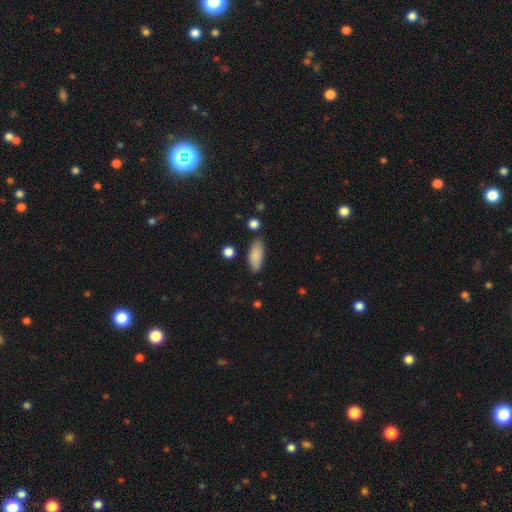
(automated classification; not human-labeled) This appears to be a smooth galaxy with no disk features (86%) that is in between round and cigar-shaped (81%). Merging: none (79%).